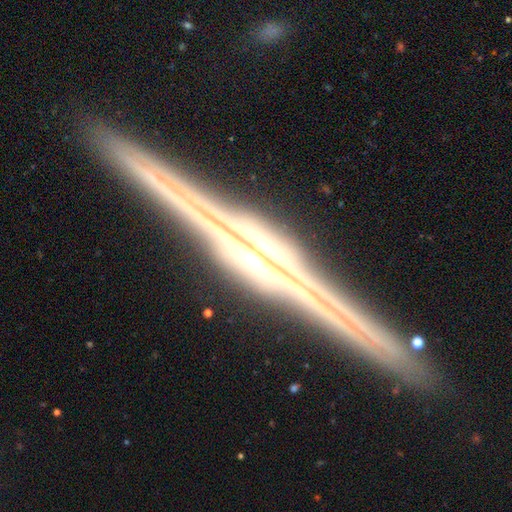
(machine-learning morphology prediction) A featured or disk galaxy (91%) viewed edge-on (98%) with a rounded central bulge (47%).

Vote fractions:
- Smooth or featured? featured or disk: 91% / star or artifact: 5% / smooth: 4%
- Edge-on disk? yes: 98% / no: 2%
- Edge-on bulge? rounded: 47% / boxy: 41% / none: 12%
- Merging? none: 92% / minor disturbance: 5% / major disturbance: 1% / merger: 1%